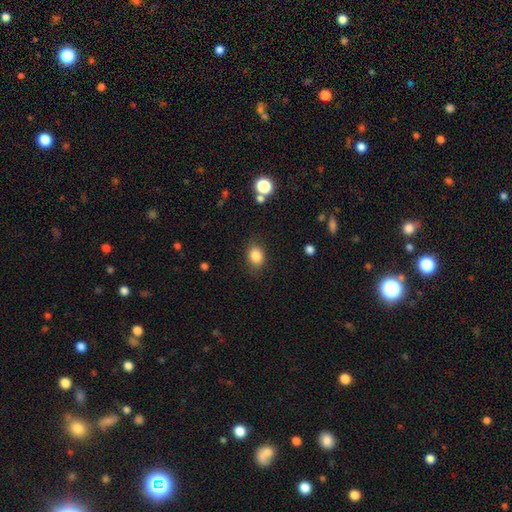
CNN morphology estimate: The model was most divided on "how rounded": in between: 61%, round: 38%, cigar-shaped: 1%. More confident: smooth or featured — smooth (85%); merging — none (81%).